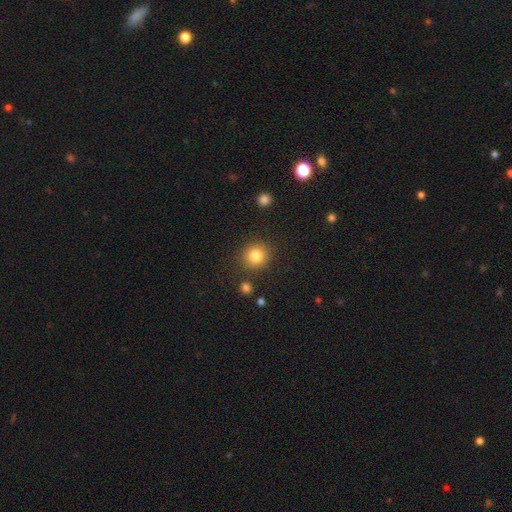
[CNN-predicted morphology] type=smooth (83%); roundness=round (89%); merging=none (87%).